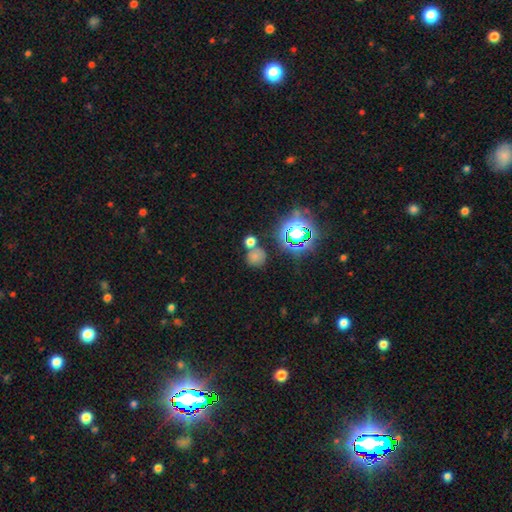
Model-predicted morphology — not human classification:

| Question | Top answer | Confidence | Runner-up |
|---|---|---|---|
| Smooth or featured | smooth | 64% | star or artifact (27%) |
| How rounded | round | 86% | in between (12%) |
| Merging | none | 60% | merger (24%) |